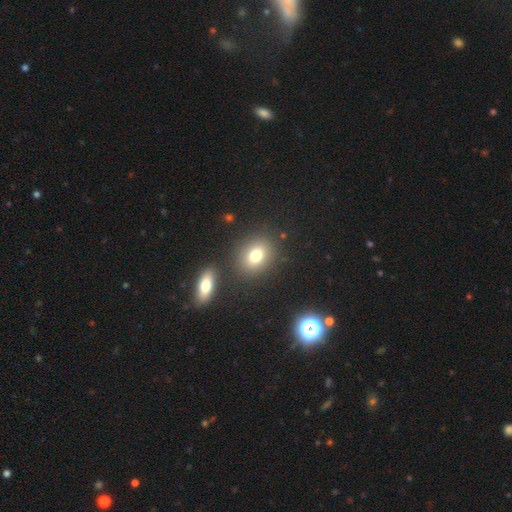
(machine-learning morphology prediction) smooth_or_featured: smooth (p=0.77) [alt: star or artifact p=0.12]
how_rounded: round (p=0.49) [tied with: in between p=0.49]
merging: none (p=0.80) [alt: minor disturbance p=0.09]